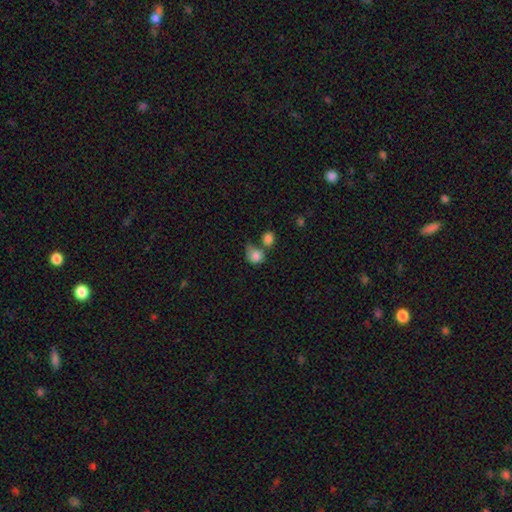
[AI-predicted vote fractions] smooth_or_featured: smooth (p=0.82) [alt: star or artifact p=0.09]
how_rounded: round (p=0.70) [alt: in between p=0.29]
merging: none (p=0.36) [alt: merger p=0.35]